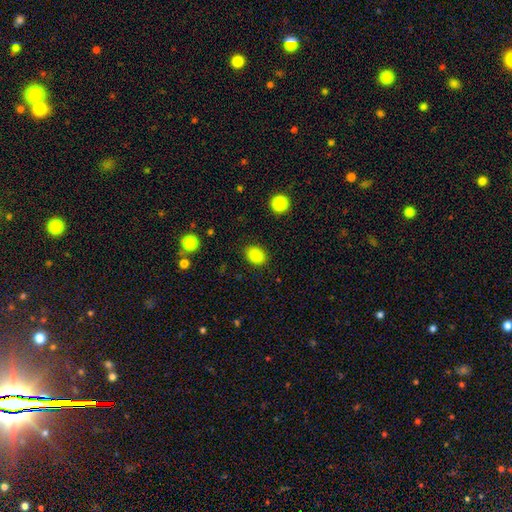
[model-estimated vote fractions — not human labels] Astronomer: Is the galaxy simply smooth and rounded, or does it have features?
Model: smooth — 87%.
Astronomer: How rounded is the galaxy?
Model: in between — 63%.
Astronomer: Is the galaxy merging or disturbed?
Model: none — 88%.